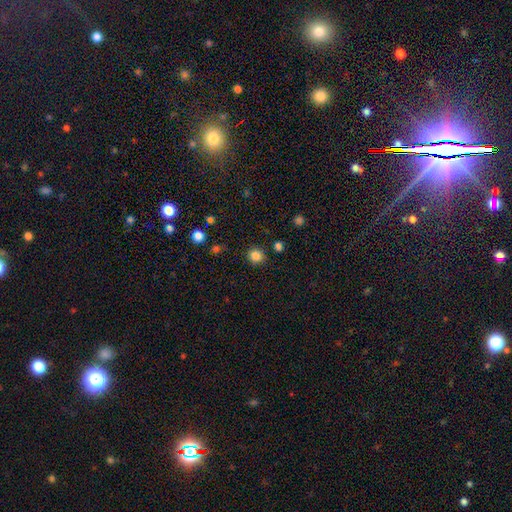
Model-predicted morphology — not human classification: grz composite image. It shows a smooth galaxy with no disk features (84%) that is round (88%). Merging: none (88%).